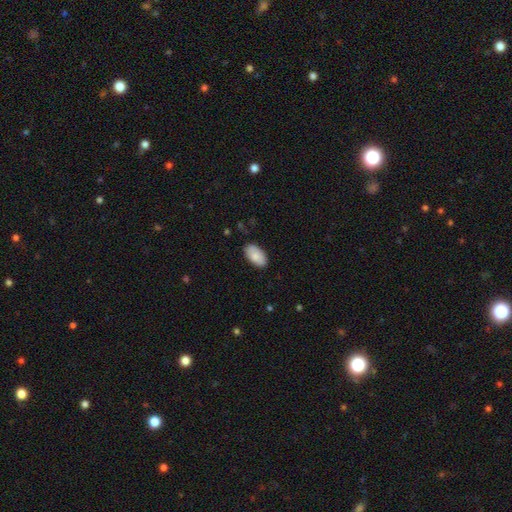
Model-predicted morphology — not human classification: This appears to be a smooth galaxy with no disk features (84%) that is in between round and cigar-shaped (95%). Merging: none (86%).